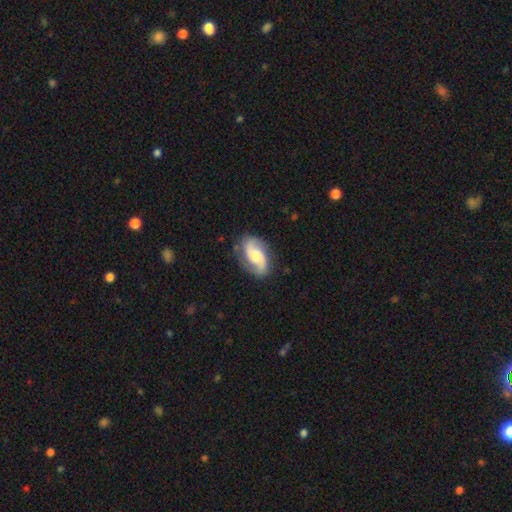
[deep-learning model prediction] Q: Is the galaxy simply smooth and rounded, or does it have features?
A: featured or disk — 76%.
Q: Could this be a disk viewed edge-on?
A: no — 96%.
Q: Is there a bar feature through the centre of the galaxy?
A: no — 54%.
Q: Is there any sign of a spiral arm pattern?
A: yes — 95%.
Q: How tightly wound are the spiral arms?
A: loose — 51%.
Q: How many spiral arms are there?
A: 2 — 91%.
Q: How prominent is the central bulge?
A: moderate — 59%.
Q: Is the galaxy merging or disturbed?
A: none — 79%.